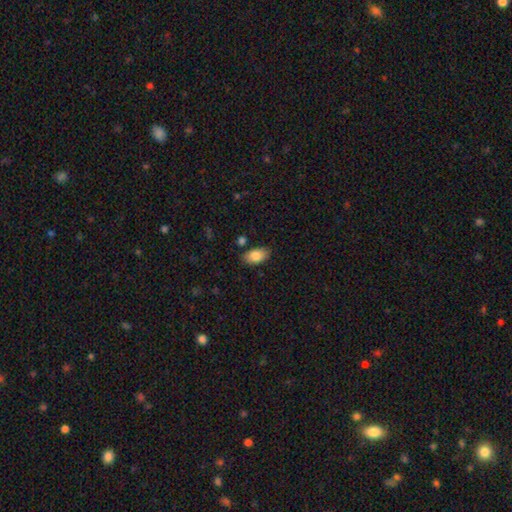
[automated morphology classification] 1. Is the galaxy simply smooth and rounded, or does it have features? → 85% smooth, 8% featured or disk, 7% star or artifact.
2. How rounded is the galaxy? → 93% in between, 6% round, 2% cigar-shaped.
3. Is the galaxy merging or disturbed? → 82% none, 12% minor disturbance, 3% merger, 3% major disturbance.